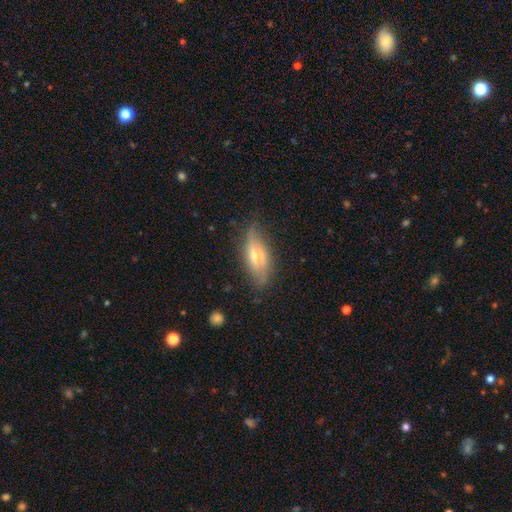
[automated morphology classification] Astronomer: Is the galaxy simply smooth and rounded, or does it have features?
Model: featured or disk — 52% (runner-up: smooth, 40%).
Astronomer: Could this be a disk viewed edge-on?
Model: yes — 69%.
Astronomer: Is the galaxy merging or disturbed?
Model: none — 73%.